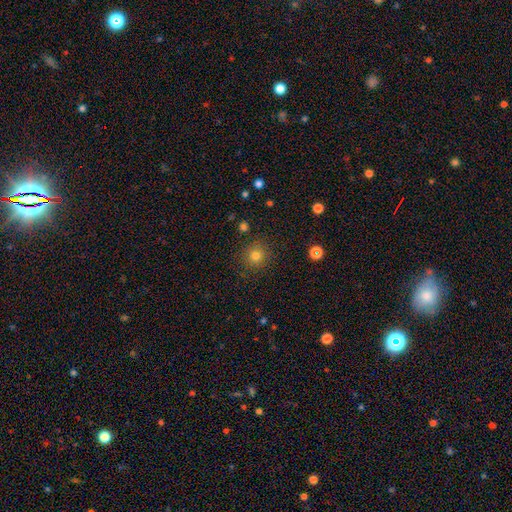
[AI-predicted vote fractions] Smooth or featured: smooth — 78% (star or artifact — 16%)
How rounded: round — 93% (in between — 6%)
Merging: none — 89% (minor disturbance — 7%)